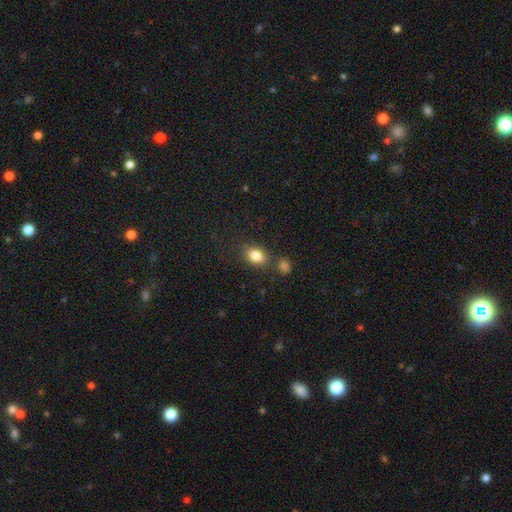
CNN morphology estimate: This appears to be a smooth galaxy with no disk features (83%) that is in between round and cigar-shaped (68%). Merging: none (72%).